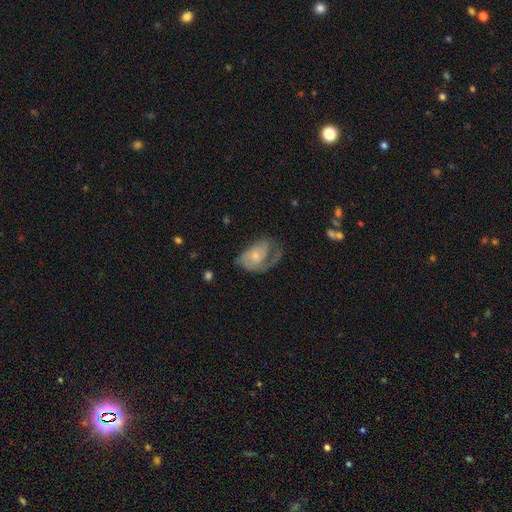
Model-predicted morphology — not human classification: type=featured or disk (60%); edge-on=no (96%); bar=no (68%); spiral arms=yes (77%); bulge=small (52%); merging=major disturbance (43%).